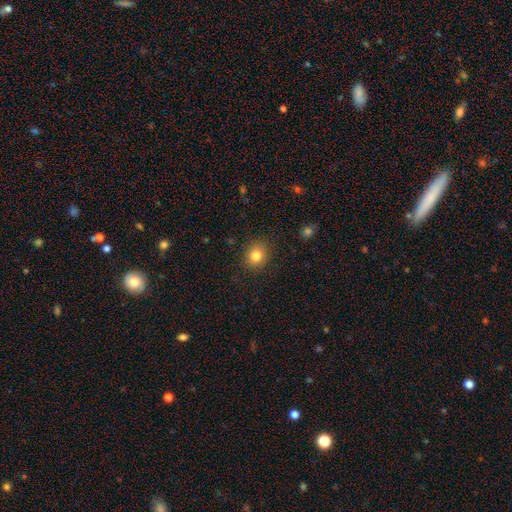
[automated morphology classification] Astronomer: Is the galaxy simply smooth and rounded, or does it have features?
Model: smooth — 83%.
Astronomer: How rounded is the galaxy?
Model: round — 76%.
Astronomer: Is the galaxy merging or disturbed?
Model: none — 88%.